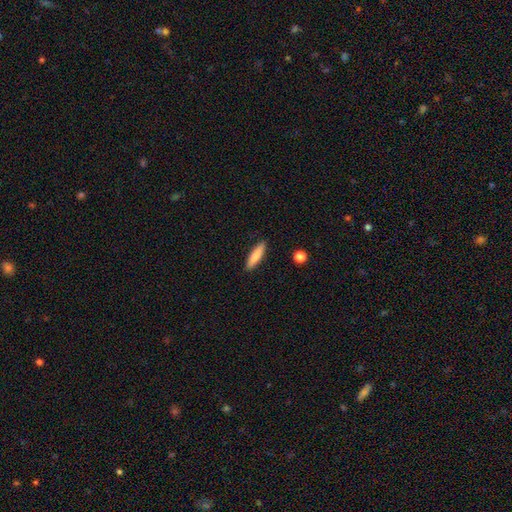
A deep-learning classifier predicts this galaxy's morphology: smooth 82%, featured or disk 11%, star or artifact 6%. Down the decision tree: how rounded — cigar-shaped (79%); merging — none (89%).